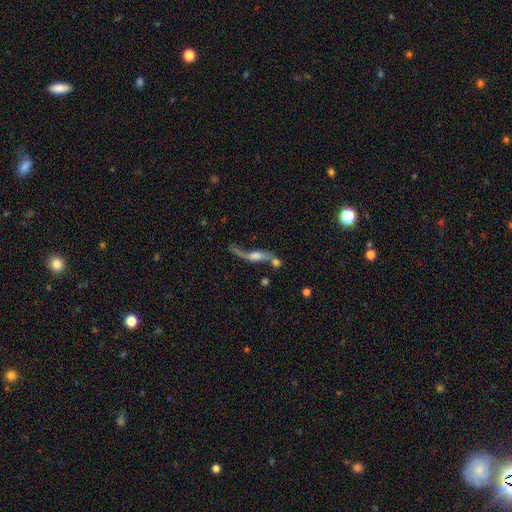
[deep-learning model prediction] Smooth or featured? featured or disk (74%)
Edge-on disk? no (62%)
Merging? none (42%)